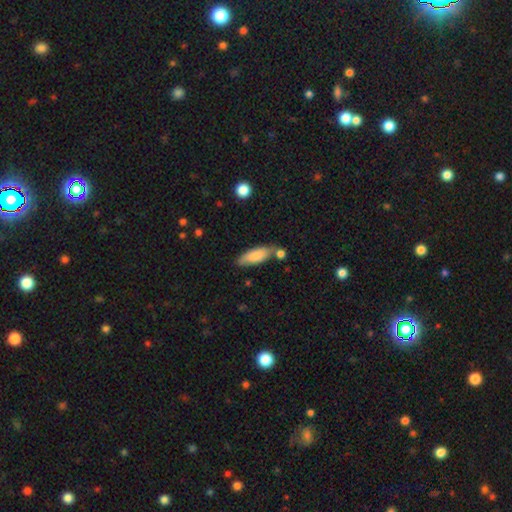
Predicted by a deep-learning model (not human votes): Smooth or featured?
  - smooth: 80% *
  - featured or disk: 14%
  - star or artifact: 6%
How rounded?
  - in between: 65% *
  - cigar-shaped: 34%
  - round: 2%
Merging?
  - none: 65% *
  - minor disturbance: 18%
  - merger: 13%
  - major disturbance: 4%